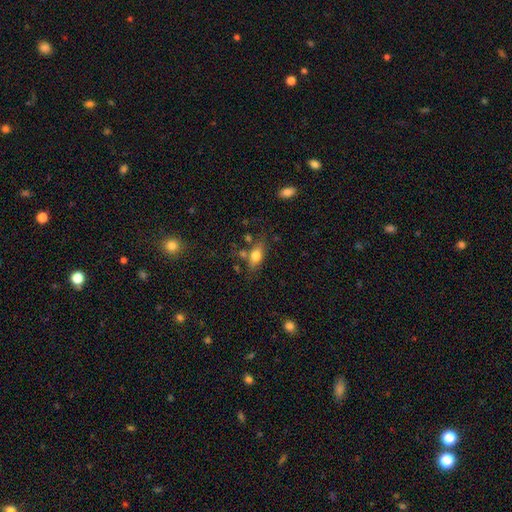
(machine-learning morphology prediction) smooth 68%, featured or disk 23%, star or artifact 9%. Down the decision tree: how rounded — in between (75%); merging — none (66%).